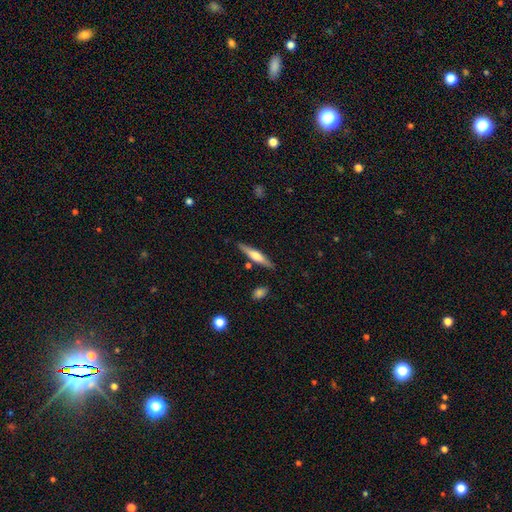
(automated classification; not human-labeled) Smooth or featured? featured or disk (50%)
Merging? none (84%)